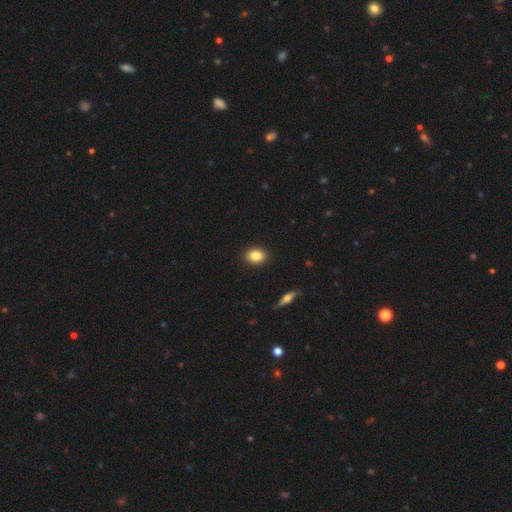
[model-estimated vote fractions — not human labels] Overall: smooth (85%). How rounded: in between (65%; round 34%). Merging: none (91%).